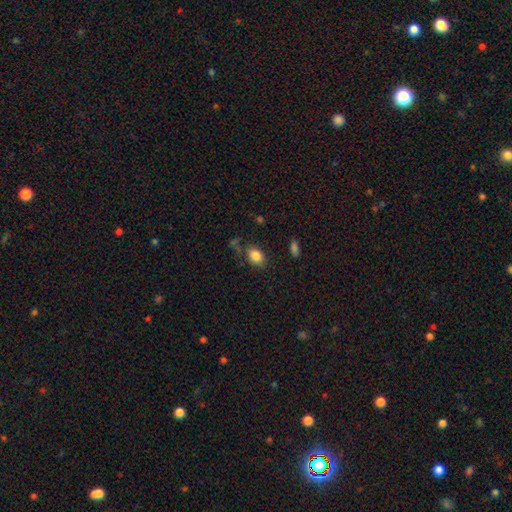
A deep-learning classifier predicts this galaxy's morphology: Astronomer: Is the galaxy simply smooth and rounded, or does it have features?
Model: smooth — 85%.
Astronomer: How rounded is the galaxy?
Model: in between — 75%.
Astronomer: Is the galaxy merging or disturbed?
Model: none — 76%.